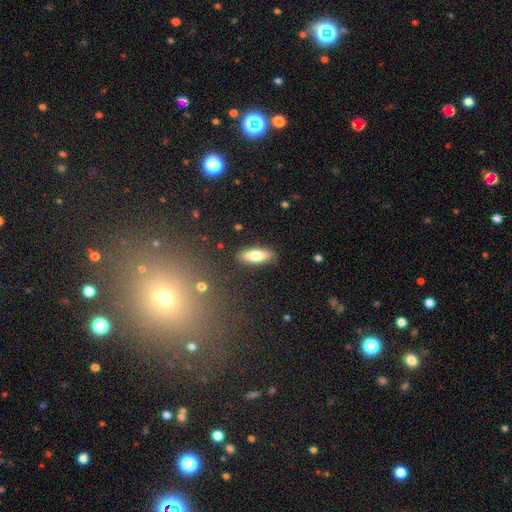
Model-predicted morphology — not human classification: Overall: smooth (73%). How rounded: in between (63%; cigar-shaped 35%). Merging: none (87%).